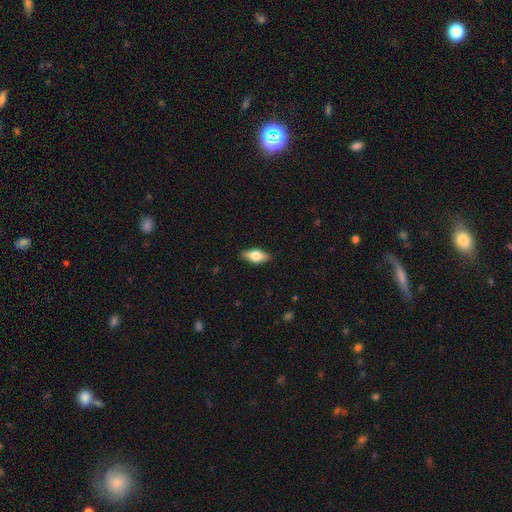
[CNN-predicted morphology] A smooth galaxy with no disk features (59%) that is in between round and cigar-shaped (79%).

Vote fractions:
- Smooth or featured? smooth: 59% / featured or disk: 34% / star or artifact: 7%
- How rounded? in between: 79% / cigar-shaped: 16% / round: 5%
- Merging? none: 86% / minor disturbance: 11% / major disturbance: 2% / merger: 1%